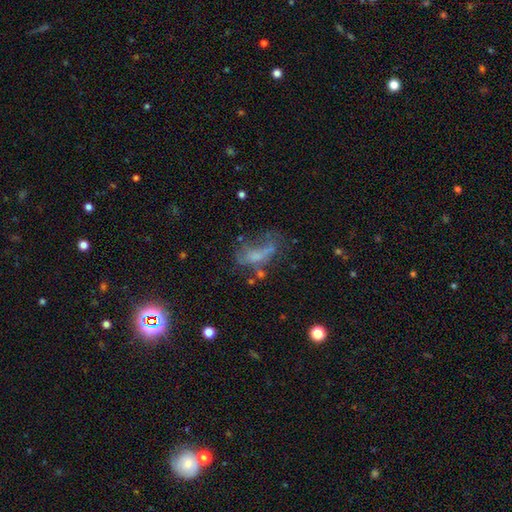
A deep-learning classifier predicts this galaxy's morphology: featured or disk 43%, smooth 40%, star or artifact 17%. Down the decision tree: merging — major disturbance (40%).